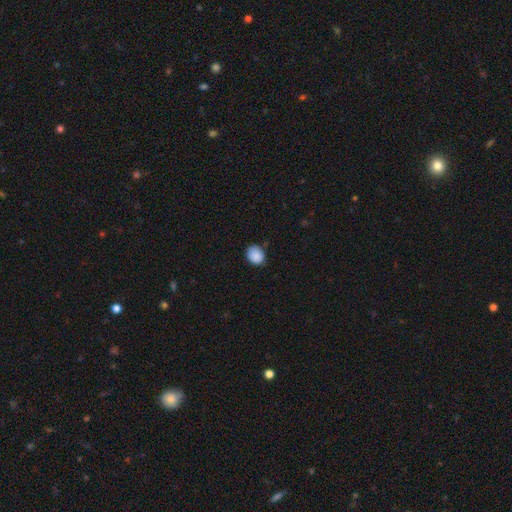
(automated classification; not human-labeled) smooth 88%, star or artifact 8%, featured or disk 3%. Down the decision tree: how rounded — round (62%); merging — none (76%).